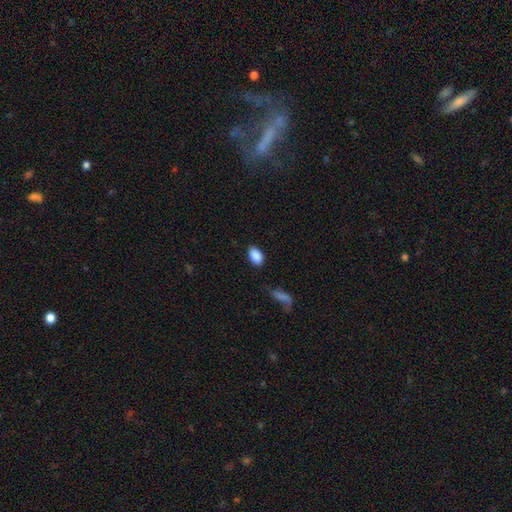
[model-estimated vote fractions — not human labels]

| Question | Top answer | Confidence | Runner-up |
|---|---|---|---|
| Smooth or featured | smooth | 88% | star or artifact (7%) |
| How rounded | in between | 91% | round (8%) |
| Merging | none | 82% | minor disturbance (12%) |